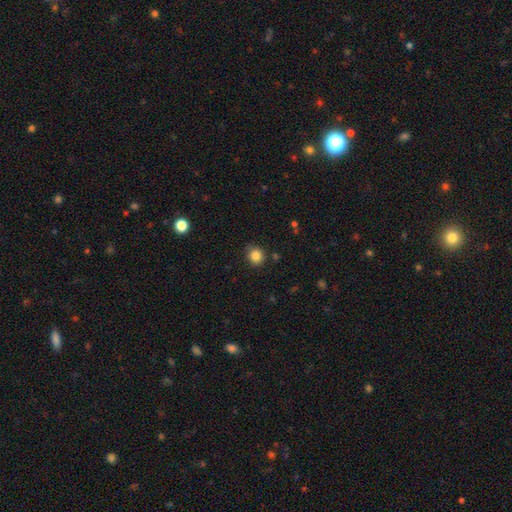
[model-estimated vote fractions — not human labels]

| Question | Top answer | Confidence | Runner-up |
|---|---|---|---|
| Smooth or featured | smooth | 85% | star or artifact (11%) |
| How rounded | round | 85% | in between (14%) |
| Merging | none | 83% | minor disturbance (12%) |